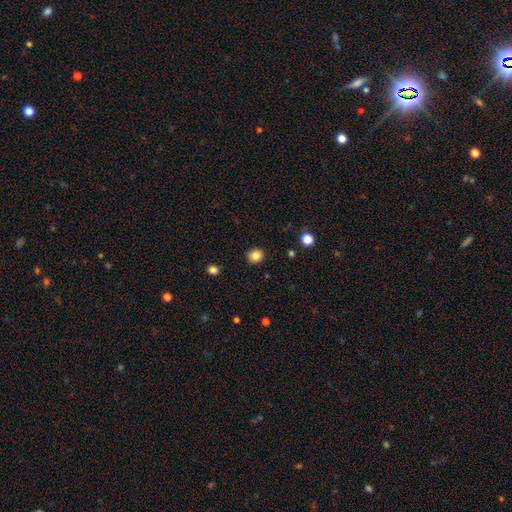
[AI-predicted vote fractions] Q: Smooth or featured?
A: smooth (84%); runner-up: star or artifact (11%)
Q: How rounded?
A: round (79%); runner-up: in between (20%)
Q: Merging?
A: none (90%); runner-up: minor disturbance (7%)